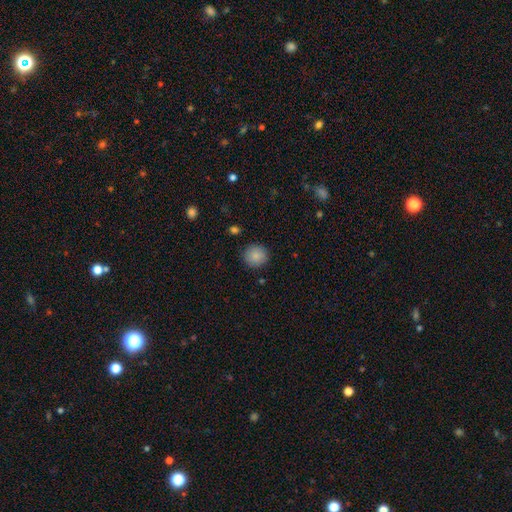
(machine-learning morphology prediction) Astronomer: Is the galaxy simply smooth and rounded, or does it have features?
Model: smooth — 87%.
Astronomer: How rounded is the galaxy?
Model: round — 91%.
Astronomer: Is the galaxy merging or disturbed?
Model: none — 89%.